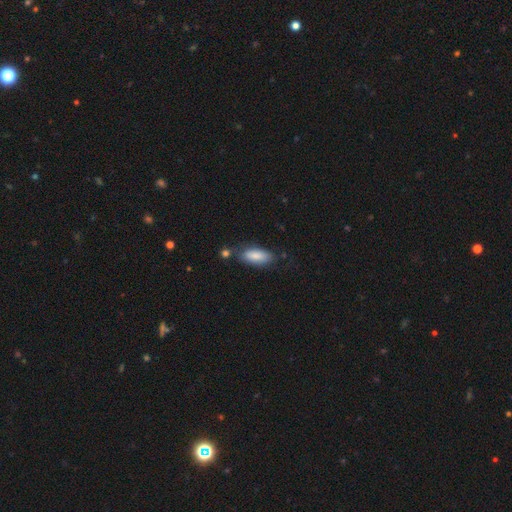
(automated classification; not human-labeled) A smooth galaxy with no disk features (82%) that is in between round and cigar-shaped (79%). Merging: none (65%).